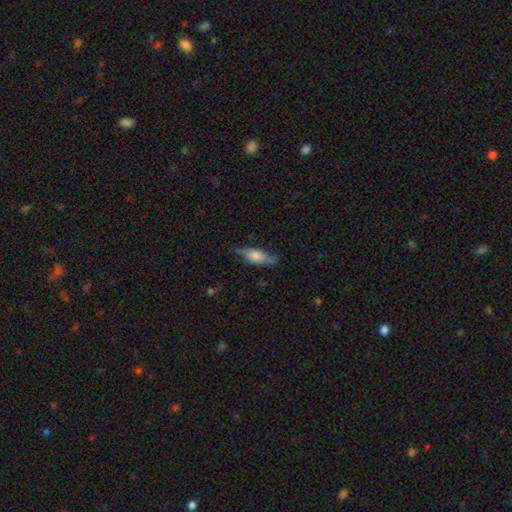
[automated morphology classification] type=smooth (55%); roundness=in between (58%); merging=none (69%).